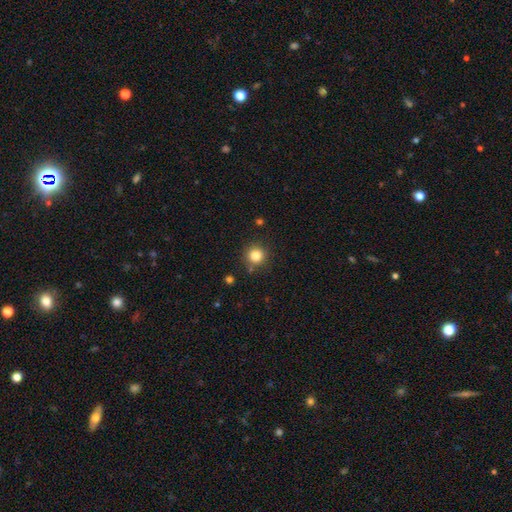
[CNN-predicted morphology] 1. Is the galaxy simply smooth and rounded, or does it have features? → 83% smooth, 12% star or artifact, 5% featured or disk.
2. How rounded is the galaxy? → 94% round, 5% in between, 1% cigar-shaped.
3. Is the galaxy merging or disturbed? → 86% none, 8% minor disturbance, 3% merger, 3% major disturbance.